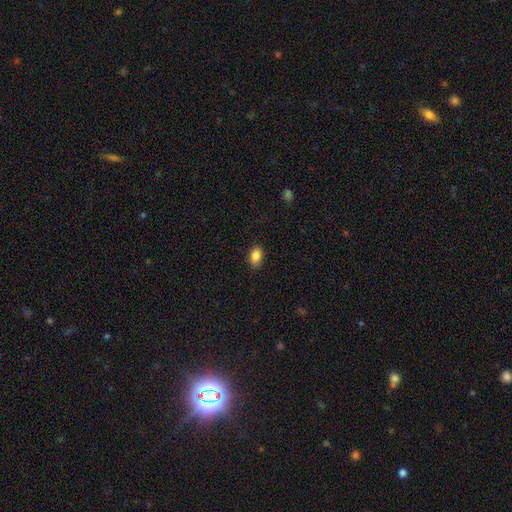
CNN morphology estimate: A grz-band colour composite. It shows a smooth galaxy with no disk features (87%) that is in between round and cigar-shaped (85%). Merging: none (85%).